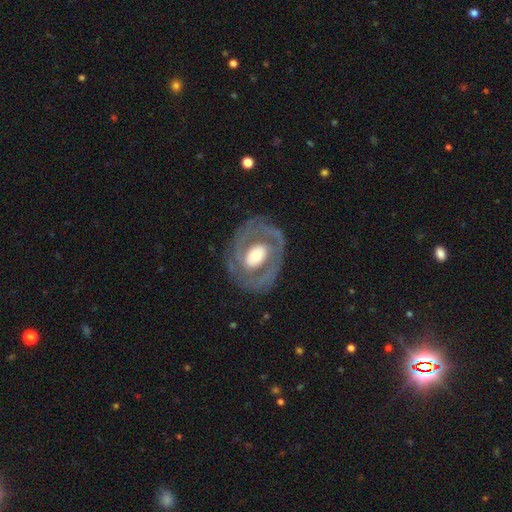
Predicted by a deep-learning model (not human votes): Morphology: type=featured or disk (77%); edge-on=no (96%); bar=no (59%); spiral arms=yes (65%); bulge=moderate (55%); merging=none (76%).